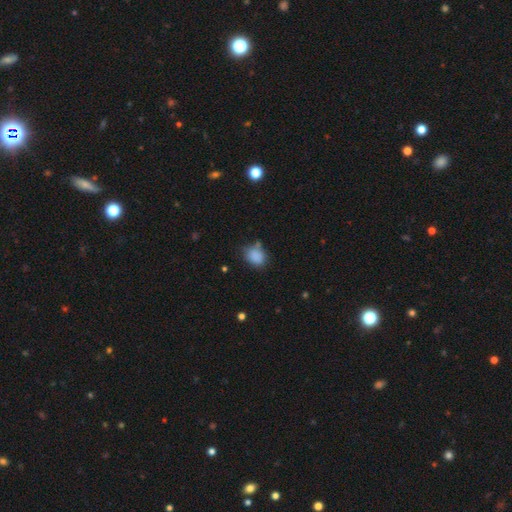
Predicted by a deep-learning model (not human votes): This is clearly a smooth galaxy (85%). How rounded: possibly in between (53%). Merging: likely none (63%).